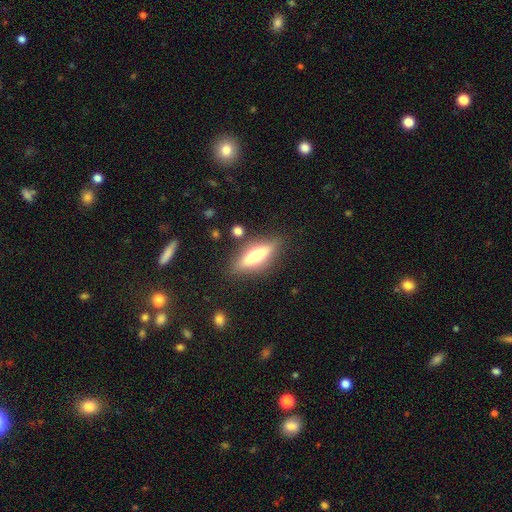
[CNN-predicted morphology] The model was most divided on "how rounded": cigar-shaped: 57%, in between: 41%, round: 2%. More confident: merging — none (83%); smooth or featured — smooth (56%).